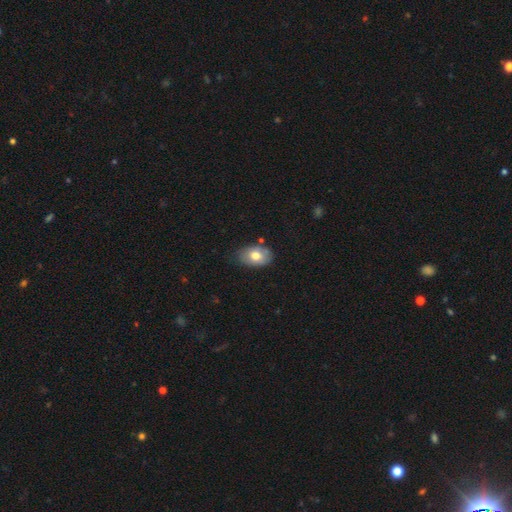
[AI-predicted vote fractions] Morphology: type=smooth (72%); roundness=in between (87%); merging=none (71%).